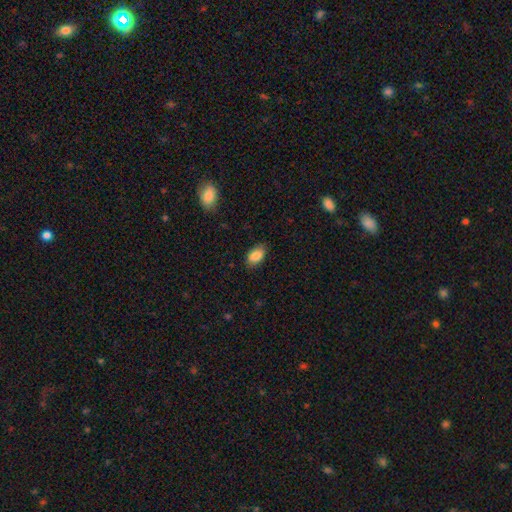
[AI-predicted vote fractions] smooth_or_featured: smooth (p=0.87) [alt: star or artifact p=0.07]
how_rounded: in between (p=0.92) [alt: round p=0.06]
merging: none (p=0.83) [alt: minor disturbance p=0.13]